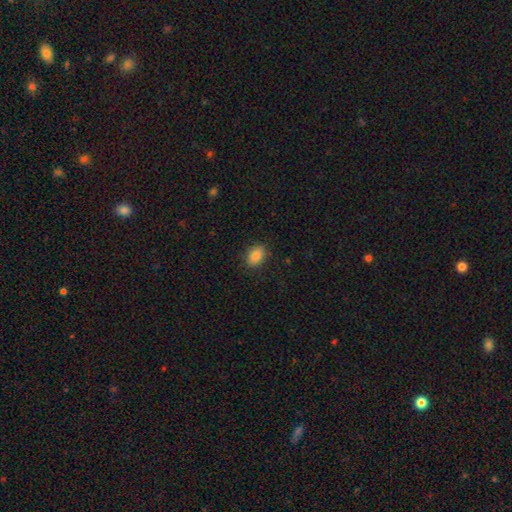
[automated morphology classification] Overall: smooth (86%). How rounded: in between (80%). Merging: none (87%).